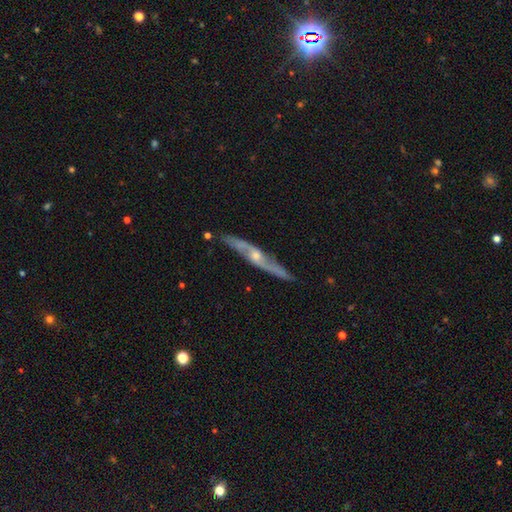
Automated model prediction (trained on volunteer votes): A featured or disk galaxy (81%) viewed edge-on (77%) with a rounded central bulge (82%). Merging: none (81%).